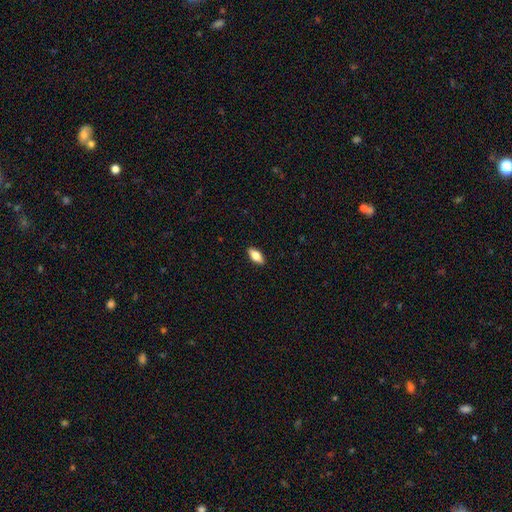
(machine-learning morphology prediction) A smooth galaxy with no disk features (77%) that is in between round and cigar-shaped (85%). Merging: none (90%).